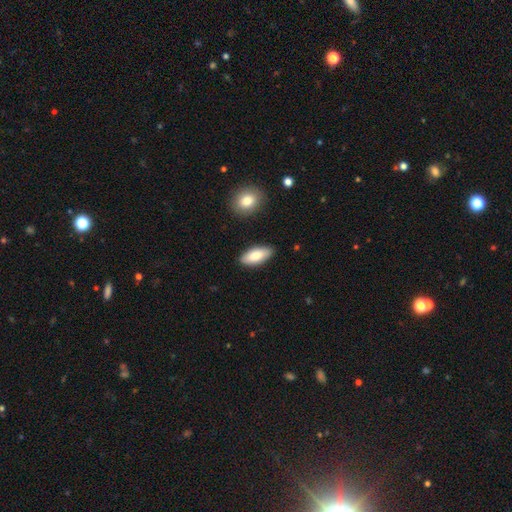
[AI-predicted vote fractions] The model was most divided on "smooth or featured": smooth: 81%, featured or disk: 13%, star or artifact: 6%. More confident: merging — none (87%); how rounded — in between (84%).